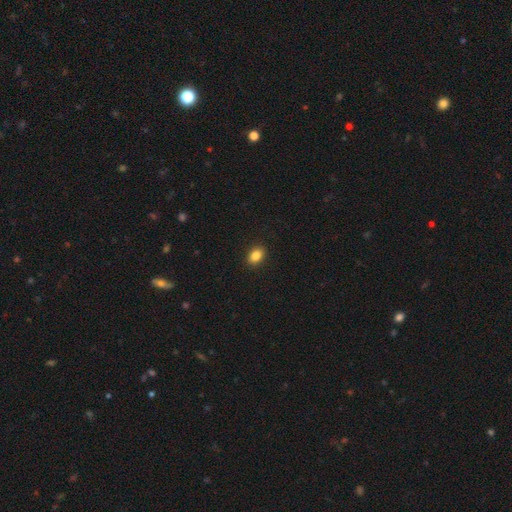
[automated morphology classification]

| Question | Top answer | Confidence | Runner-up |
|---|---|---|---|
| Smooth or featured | smooth | 87% | star or artifact (9%) |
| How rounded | in between | 78% | round (21%) |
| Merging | none | 90% | minor disturbance (7%) |